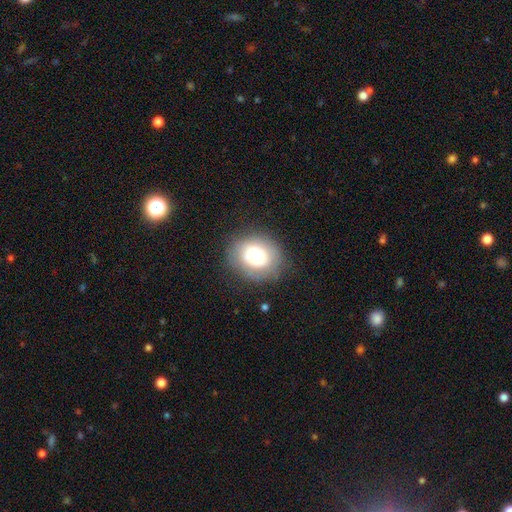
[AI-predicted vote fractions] A smooth galaxy with no disk features (70%) that is round (63%). Merging: none (77%).